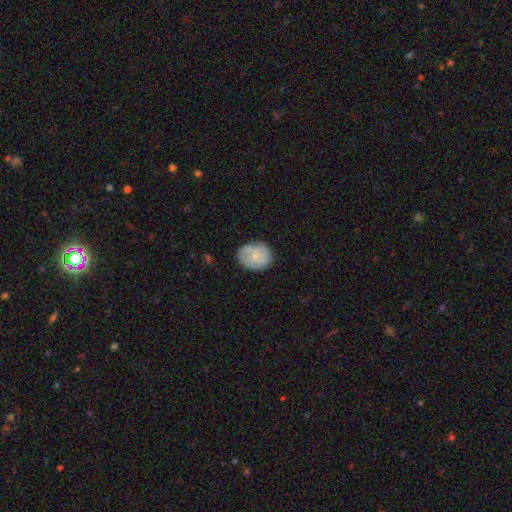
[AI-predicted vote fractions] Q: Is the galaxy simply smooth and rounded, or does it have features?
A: smooth — 67%.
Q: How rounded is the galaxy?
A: round — 51%.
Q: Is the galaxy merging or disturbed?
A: none — 71%.